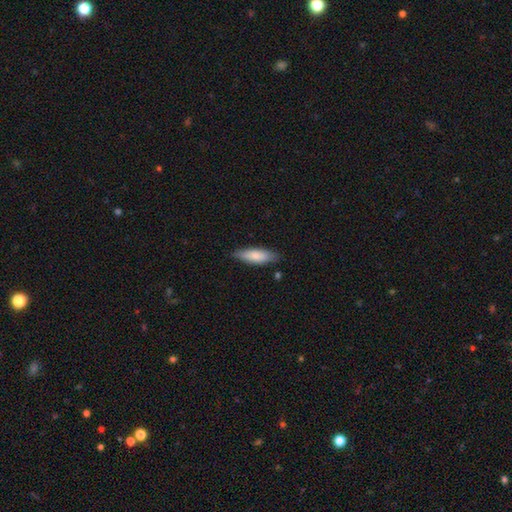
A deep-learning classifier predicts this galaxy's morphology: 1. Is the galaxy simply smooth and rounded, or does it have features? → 79% smooth, 15% featured or disk, 5% star or artifact.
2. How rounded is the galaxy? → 51% in between, 48% cigar-shaped, 2% round.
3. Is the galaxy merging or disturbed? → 82% none, 14% minor disturbance, 2% major disturbance, 2% merger.